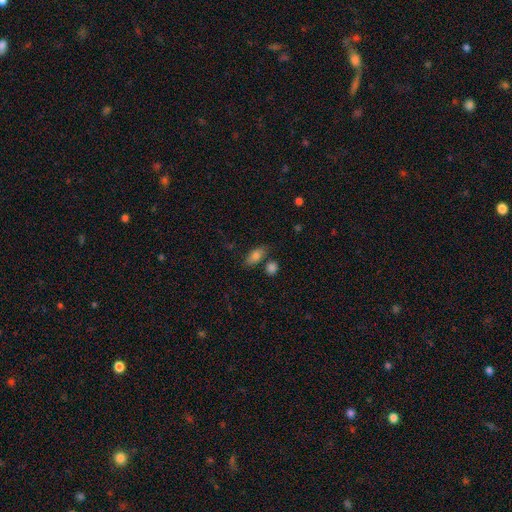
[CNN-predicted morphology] Smooth or featured: smooth — 79% (featured or disk — 12%)
How rounded: in between — 84% (cigar-shaped — 9%)
Merging: none — 67% (minor disturbance — 17%)